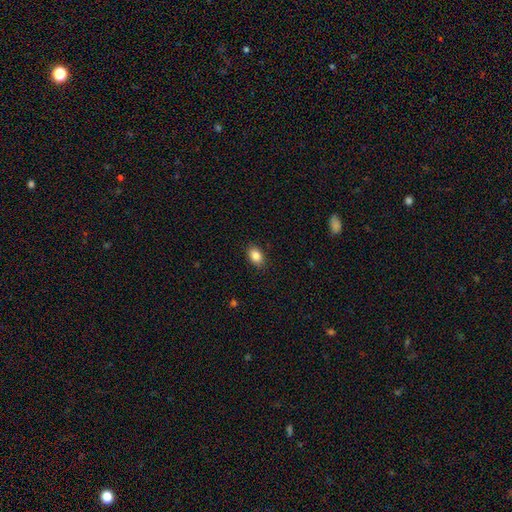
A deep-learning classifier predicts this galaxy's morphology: This appears to be a smooth galaxy with no disk features (86%) that is in between round and cigar-shaped (83%). Merging: none (88%).